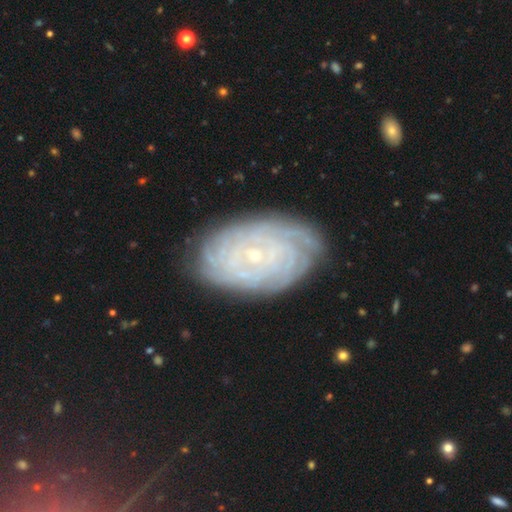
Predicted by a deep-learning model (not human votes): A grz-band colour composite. It shows a featured or disk galaxy (82%) with no bar (77%), tight (87%) spiral arms (96%) and a small central bulge (84%). Merging: none (83%).